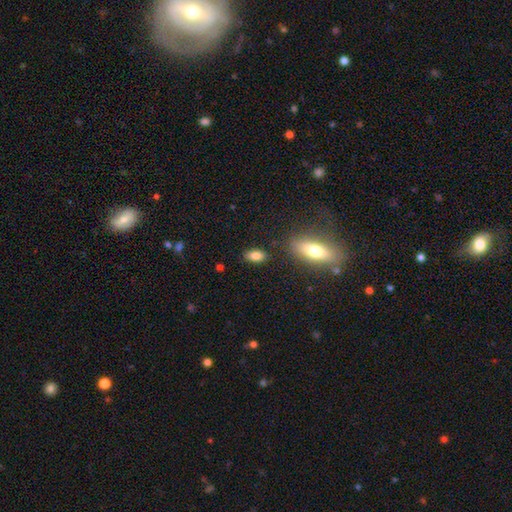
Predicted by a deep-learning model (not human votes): Smooth or featured? smooth (84%)
How rounded? in between (89%)
Merging? none (84%)